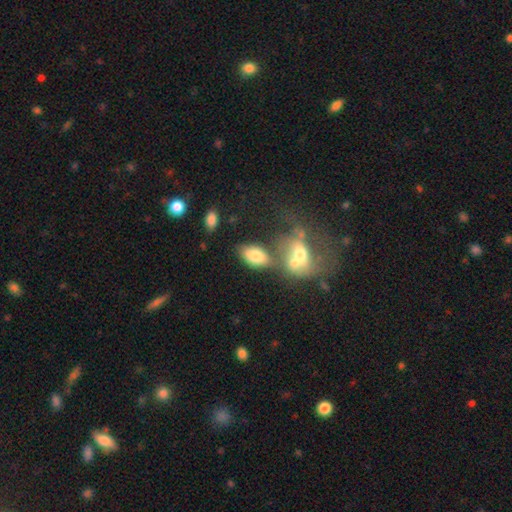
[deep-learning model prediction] A smooth galaxy with no disk features (78%) that is in between round and cigar-shaped (91%).

Vote fractions:
- Smooth or featured? smooth: 78% / featured or disk: 13% / star or artifact: 9%
- How rounded? in between: 91% / round: 6% / cigar-shaped: 2%
- Merging? none: 48% / merger: 27% / minor disturbance: 17% / major disturbance: 8%